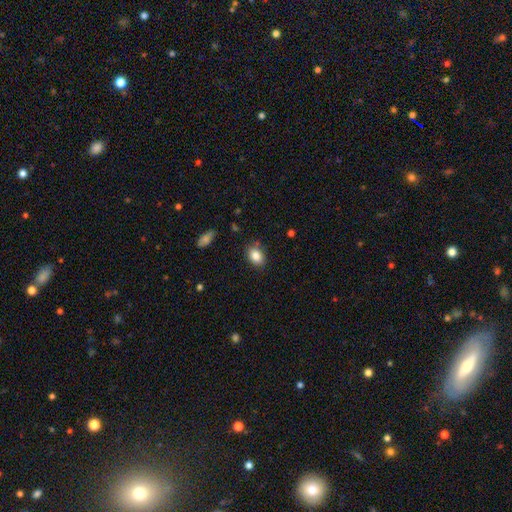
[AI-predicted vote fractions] The model was most divided on "how rounded": in between: 73%, round: 26%, cigar-shaped: 1%. More confident: smooth or featured — smooth (84%); merging — none (81%).